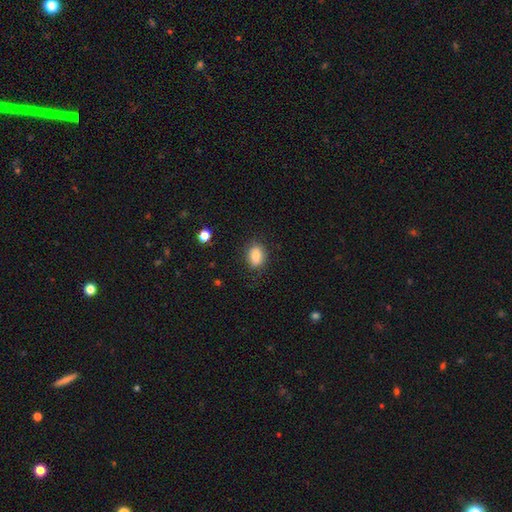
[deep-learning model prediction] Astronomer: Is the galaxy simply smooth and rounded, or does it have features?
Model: smooth — 83%.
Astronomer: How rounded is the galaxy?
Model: in between — 73%.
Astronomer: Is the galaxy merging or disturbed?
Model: none — 80%.